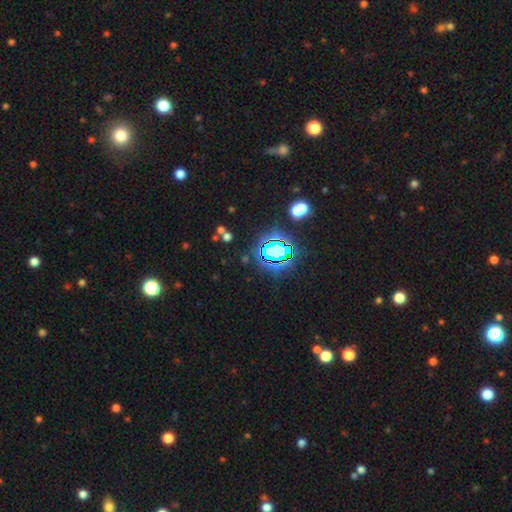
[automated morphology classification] Smooth or featured? Predicted: star or artifact (p=0.80).